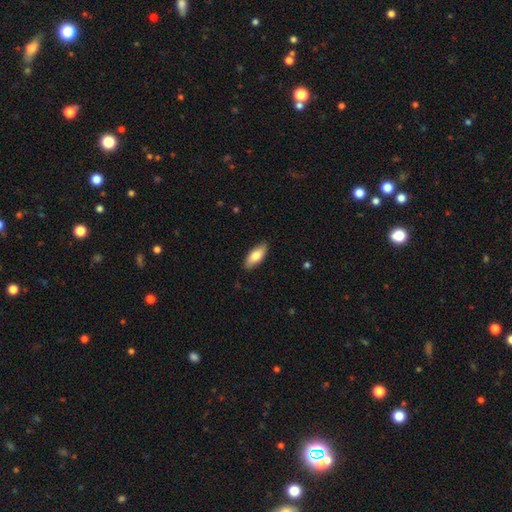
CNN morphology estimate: Q: Smooth or featured?
A: smooth (79%); runner-up: featured or disk (15%)
Q: How rounded?
A: in between (82%); runner-up: cigar-shaped (16%)
Q: Merging?
A: none (87%); runner-up: minor disturbance (10%)